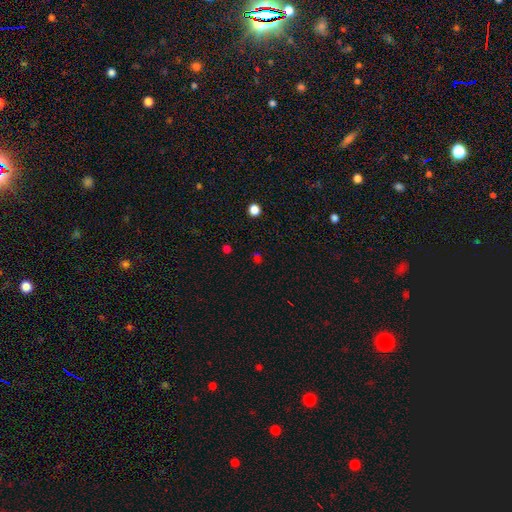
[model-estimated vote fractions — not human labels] Morphology: type=star or artifact (48%).